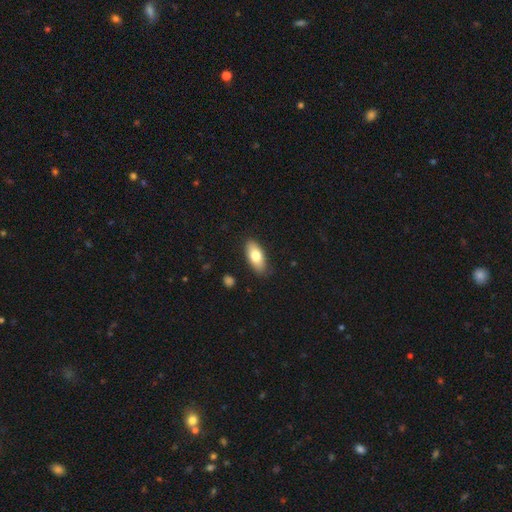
Volunteers were most divided on "merging": none: 83%, minor disturbance: 17%, major disturbance: 0%, merger: 0%. More confident: how rounded — in between (100%); smooth or featured — smooth (82%).